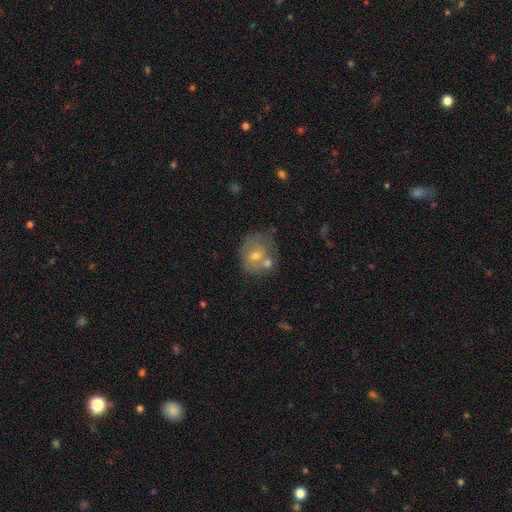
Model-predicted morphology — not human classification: smooth 52%, featured or disk 38%, star or artifact 11%. Down the decision tree: how rounded — round (69%); merging — none (42%).